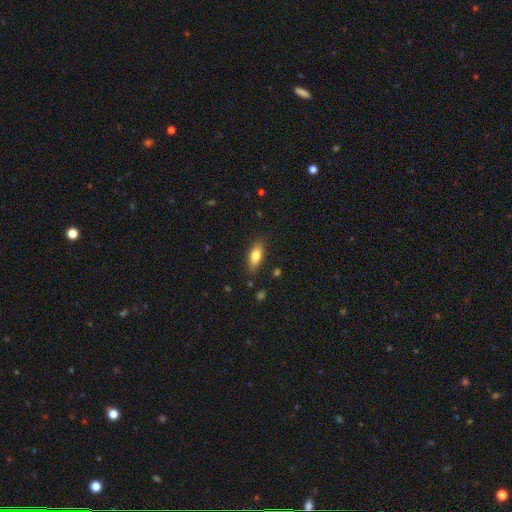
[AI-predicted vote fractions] Morphology: type=smooth (77%); roundness=in between (76%); merging=none (84%).